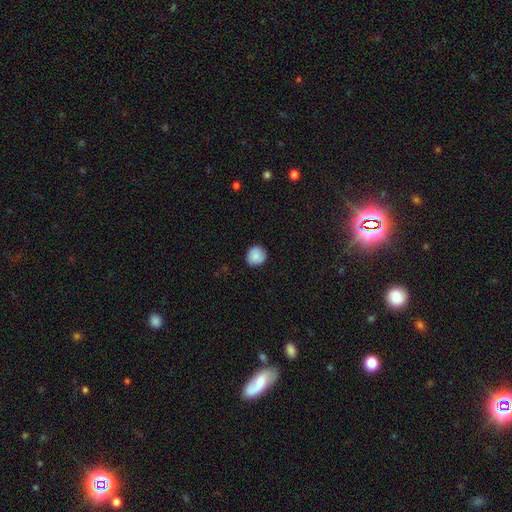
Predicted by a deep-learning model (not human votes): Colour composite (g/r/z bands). It shows a smooth galaxy with no disk features (86%) that is round (92%). Merging: none (89%).